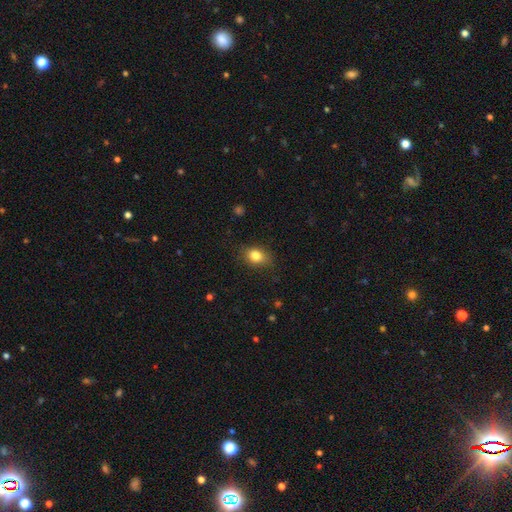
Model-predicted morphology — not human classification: type=smooth (81%); roundness=in between (65%); merging=none (80%).